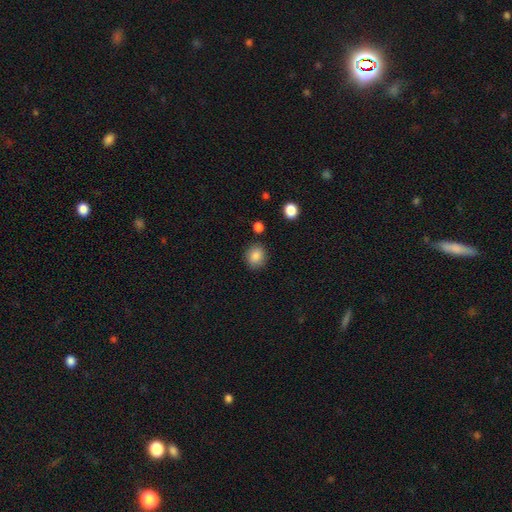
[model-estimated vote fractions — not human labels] smooth_or_featured: smooth (p=0.86) [alt: star or artifact p=0.09]
how_rounded: round (p=0.74) [alt: in between p=0.25]
merging: none (p=0.85) [alt: minor disturbance p=0.09]